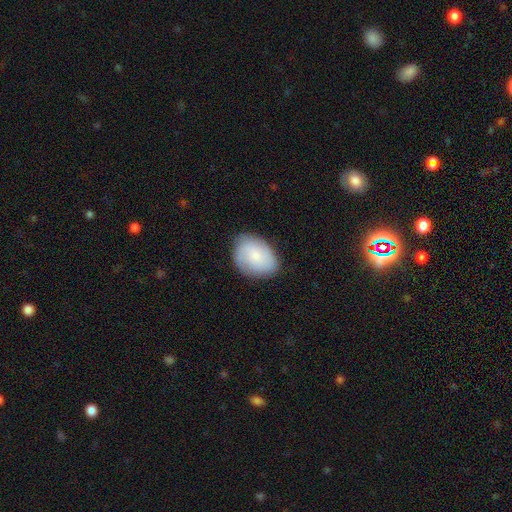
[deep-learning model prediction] Overall: smooth (64%; featured or disk 29%). How rounded: in between (73%). Merging: none (77%).